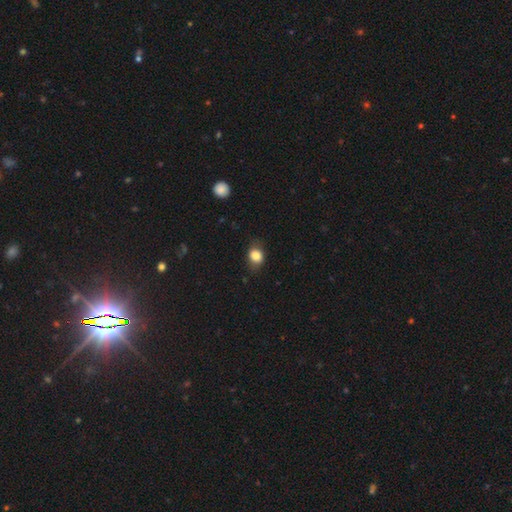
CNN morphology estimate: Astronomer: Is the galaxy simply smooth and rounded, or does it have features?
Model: smooth — 82%.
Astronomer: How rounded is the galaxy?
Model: in between — 55% (runner-up: round, 44%).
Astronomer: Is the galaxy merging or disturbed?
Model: none — 72%.